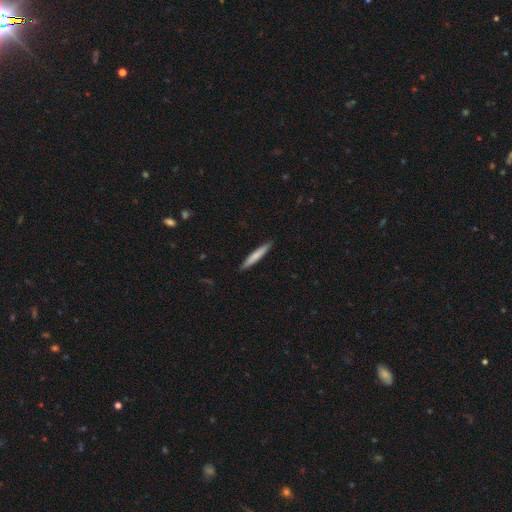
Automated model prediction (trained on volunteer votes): A smooth galaxy with no disk features (74%) that is cigar-shaped (94%).

Vote fractions:
- Smooth or featured? smooth: 74% / featured or disk: 21% / star or artifact: 5%
- How rounded? cigar-shaped: 94% / in between: 5% / round: 1%
- Merging? none: 90% / minor disturbance: 7% / major disturbance: 1% / merger: 1%